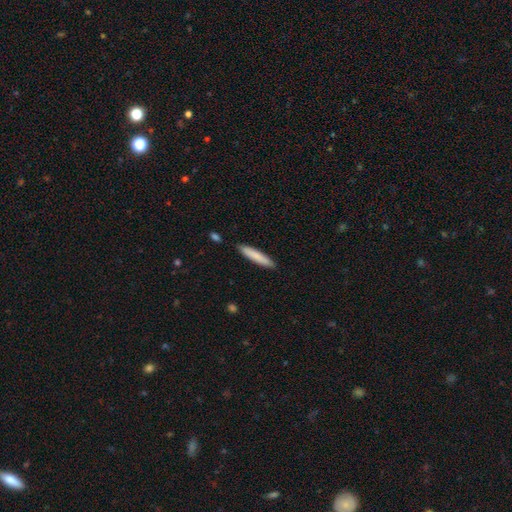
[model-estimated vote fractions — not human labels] Q: Smooth or featured?
A: smooth (82%); runner-up: featured or disk (13%)
Q: How rounded?
A: cigar-shaped (91%); runner-up: in between (8%)
Q: Merging?
A: none (90%); runner-up: minor disturbance (8%)